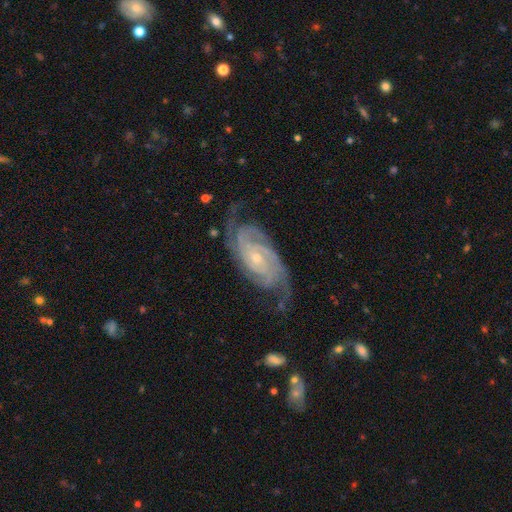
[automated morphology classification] Smooth or featured? Predicted: featured or disk (p=0.88). Edge-on disk? Predicted: no (p=0.95). Bar? Predicted: no (p=0.63). Spiral arms? Predicted: yes (p=0.98). Spiral winding? Predicted: tight (p=0.67). Spiral arm count? Predicted: 2 (p=0.44). Bulge size? Predicted: small (p=0.72). Merging? Predicted: none (p=0.74).